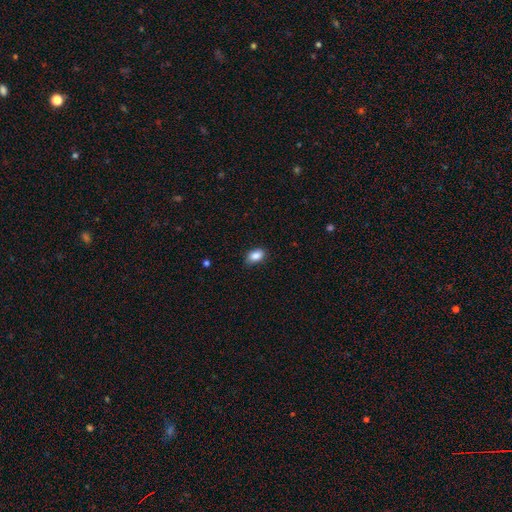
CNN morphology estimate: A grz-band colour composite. It shows a smooth galaxy with no disk features (87%) that is in between round and cigar-shaped (86%). Merging: none (80%).